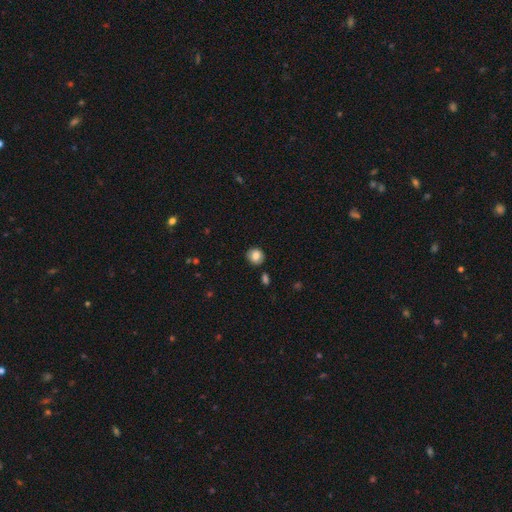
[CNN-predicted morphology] Smooth or featured? smooth (79%)
How rounded? round (85%)
Merging? none (86%)